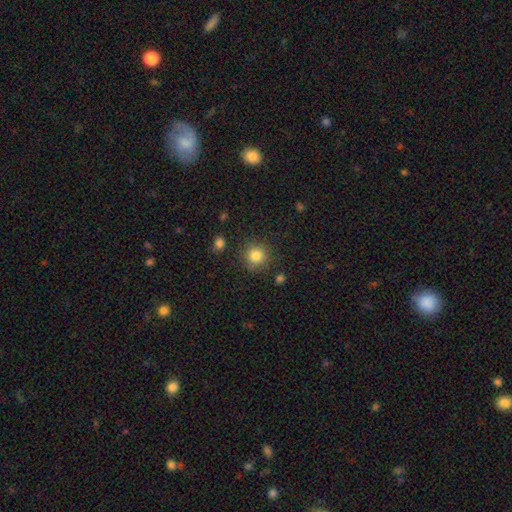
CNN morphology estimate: Overall: smooth (83%). How rounded: round (92%). Merging: none (85%).